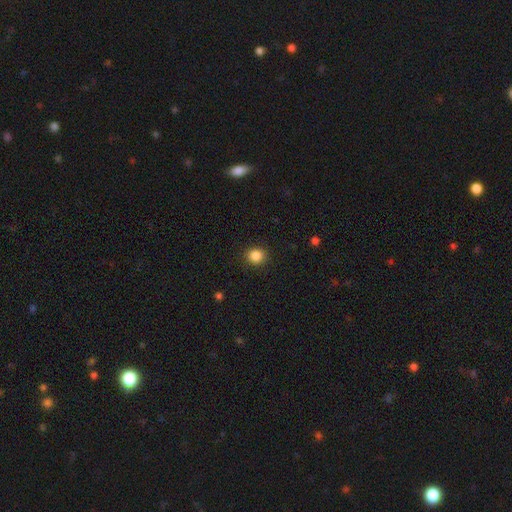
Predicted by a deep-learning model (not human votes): Overall: smooth (86%). How rounded: round (85%). Merging: none (91%).